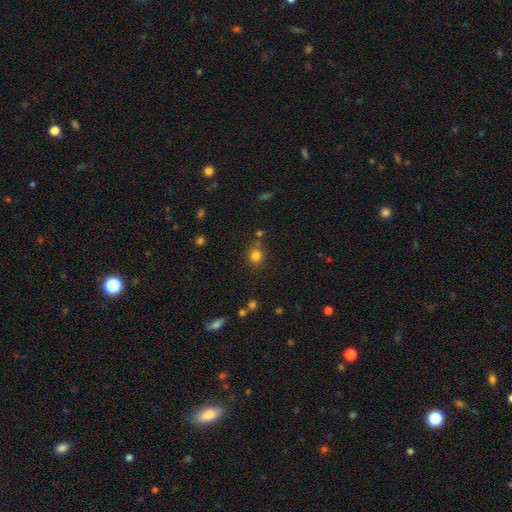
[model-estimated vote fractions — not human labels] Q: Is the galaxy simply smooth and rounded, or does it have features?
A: smooth — 81%.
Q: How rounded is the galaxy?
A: round — 76%.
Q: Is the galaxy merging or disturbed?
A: none — 73%.